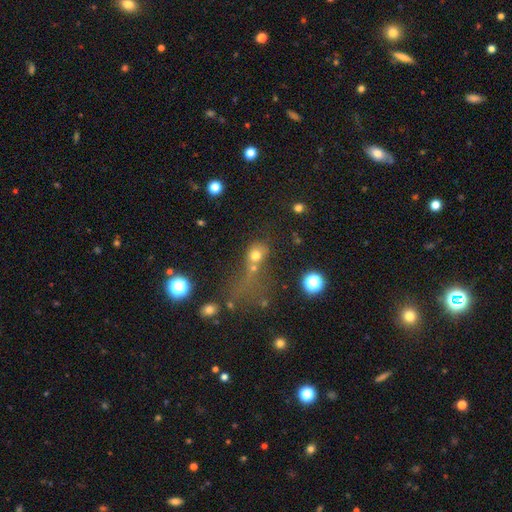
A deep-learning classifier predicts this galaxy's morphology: smooth_or_featured: smooth (p=0.67) [alt: star or artifact p=0.18]
how_rounded: round (p=0.62) [alt: in between p=0.35]
merging: merger (p=0.43) [alt: none p=0.24]